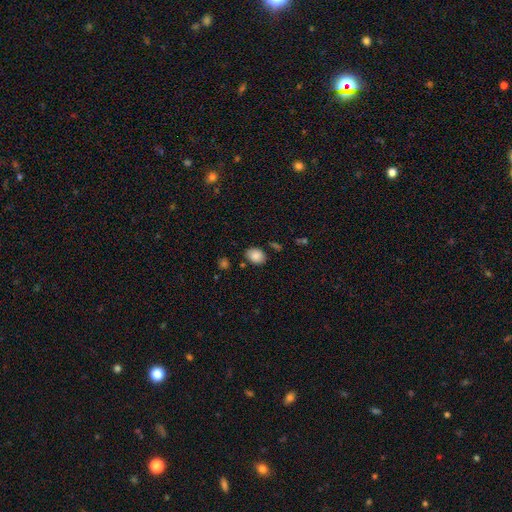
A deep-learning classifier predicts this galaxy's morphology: Smooth or featured: smooth — 87% (star or artifact — 9%)
How rounded: in between — 62% (round — 37%)
Merging: none — 80% (minor disturbance — 13%)